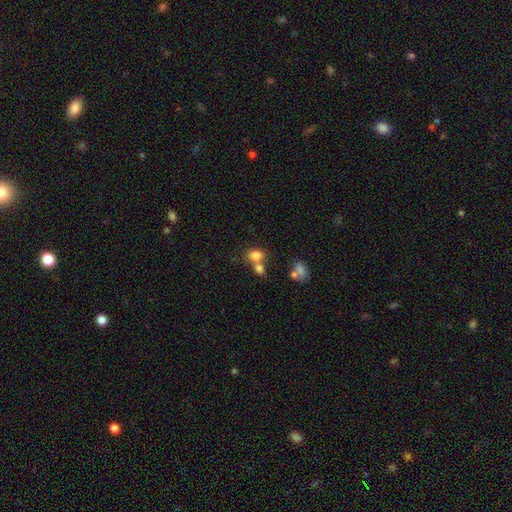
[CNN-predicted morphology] Smooth or featured? Predicted: smooth (p=0.79). How rounded? Predicted: in between (p=0.70). Merging? Predicted: merger (p=0.48).